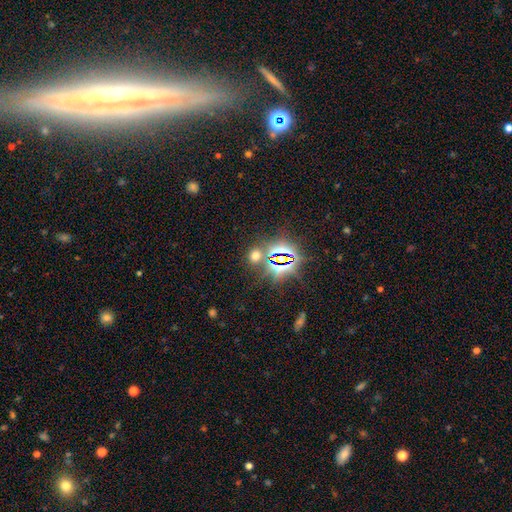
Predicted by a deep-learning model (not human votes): Morphology: type=star or artifact (49%).